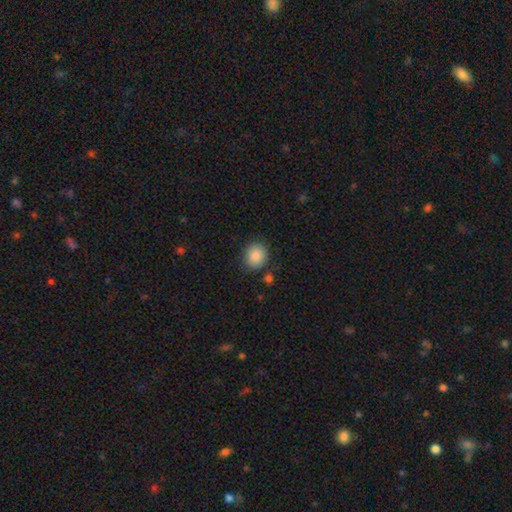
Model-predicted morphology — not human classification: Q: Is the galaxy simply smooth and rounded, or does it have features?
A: smooth — 88%.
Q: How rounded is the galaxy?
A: round — 72%.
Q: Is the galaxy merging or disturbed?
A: none — 83%.